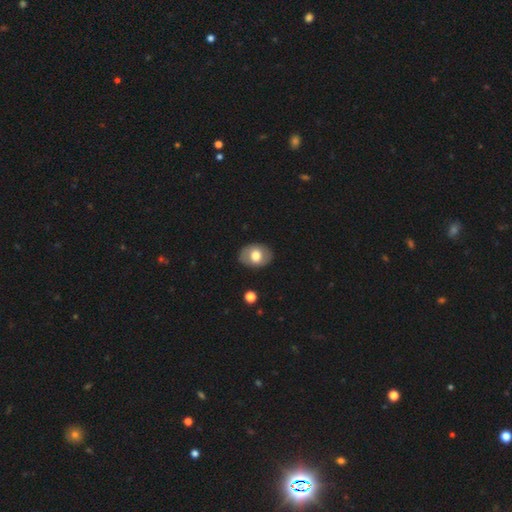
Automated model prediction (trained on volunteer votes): This is likely a smooth galaxy (61%). How rounded: likely in between (68%). Merging: clearly none (84%).